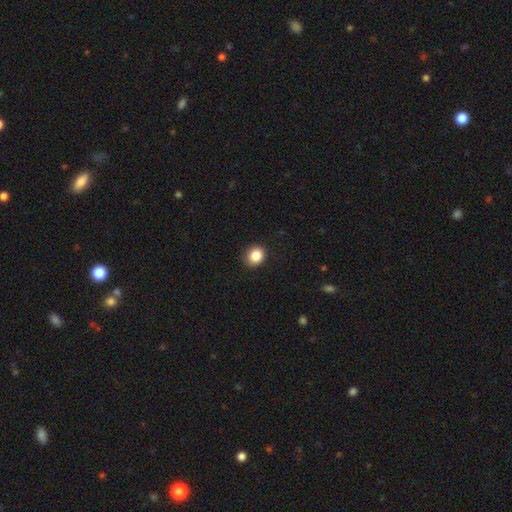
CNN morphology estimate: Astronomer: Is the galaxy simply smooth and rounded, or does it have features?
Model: smooth — 86%.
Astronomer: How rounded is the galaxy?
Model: round — 77%.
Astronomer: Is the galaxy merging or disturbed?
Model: none — 85%.